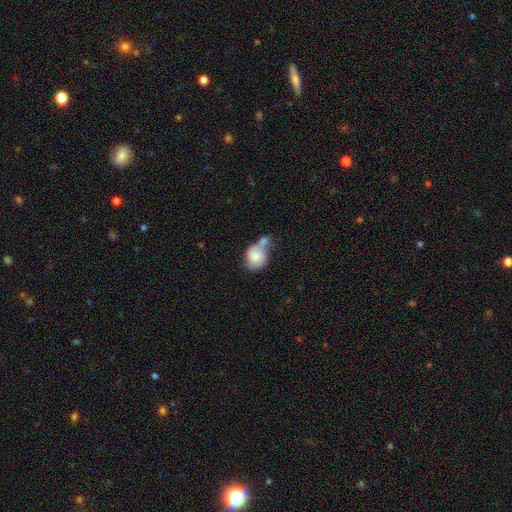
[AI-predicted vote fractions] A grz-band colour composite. It shows a smooth galaxy with no disk features (77%) that is round (69%). Merging: merger (51%).